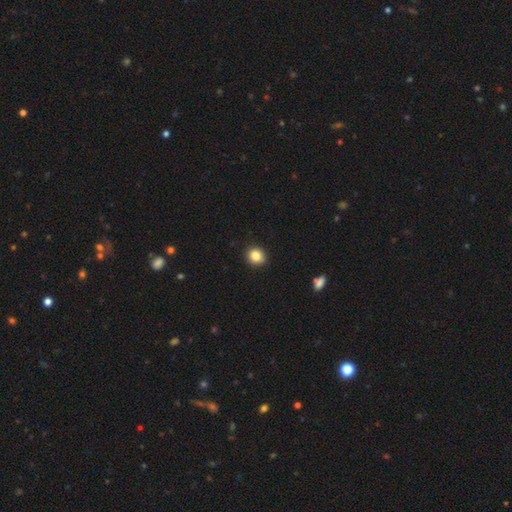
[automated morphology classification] smooth_or_featured: smooth (p=0.85) [alt: star or artifact p=0.10]
how_rounded: round (p=0.82) [alt: in between p=0.17]
merging: none (p=0.91) [alt: minor disturbance p=0.06]